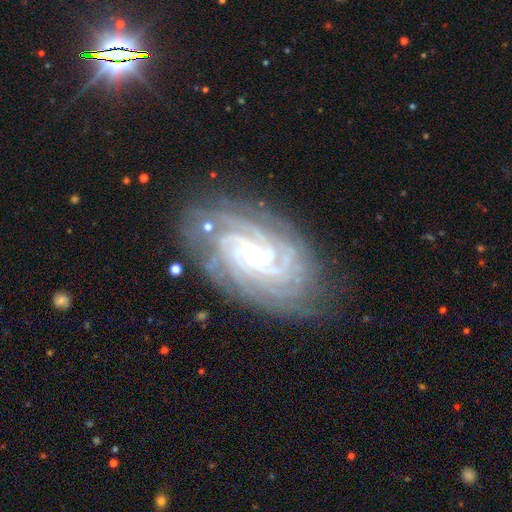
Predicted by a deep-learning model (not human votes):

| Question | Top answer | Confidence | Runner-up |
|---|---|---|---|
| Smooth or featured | featured or disk | 90% | star or artifact (6%) |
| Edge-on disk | no | 97% | yes (3%) |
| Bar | no | 70% | weak (21%) |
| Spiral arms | yes | 98% | no (2%) |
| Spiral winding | tight | 81% | medium (17%) |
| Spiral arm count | more than 4 | 29% | 4 (28%) |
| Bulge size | small | 84% | moderate (12%) |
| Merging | none | 80% | minor disturbance (14%) |